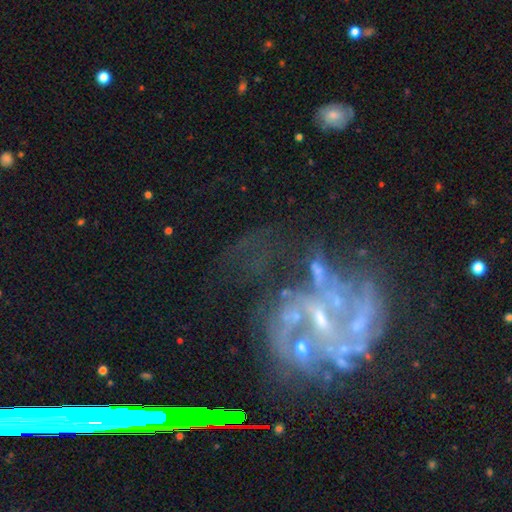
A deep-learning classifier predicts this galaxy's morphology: A featured or disk galaxy (75%) with no bar (53%), spiral arms (62%) and a small central bulge (47%). Merging: none (38%).